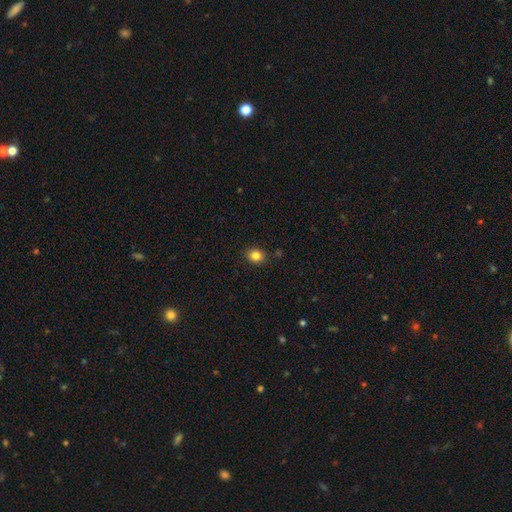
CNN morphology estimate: This is clearly a smooth galaxy (83%). How rounded: likely round (61%). Merging: clearly none (88%).